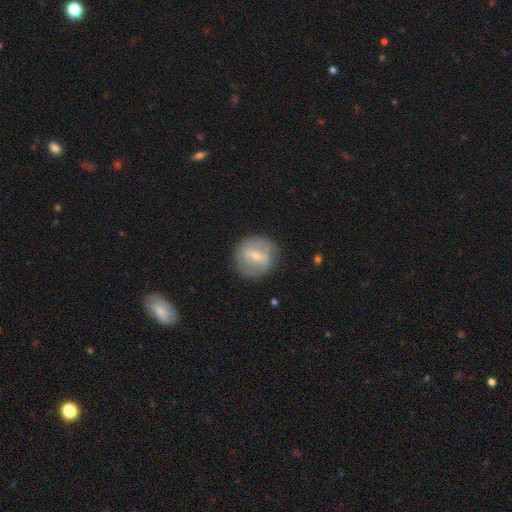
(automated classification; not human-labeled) This is likely a featured or disk galaxy (62%). It is clearly not viewed edge-on (95%). Bar: possibly weak (46%). Spiral arm pattern: possibly yes (55%). Central bulge: possibly small (52%). Merging: likely none (79%).